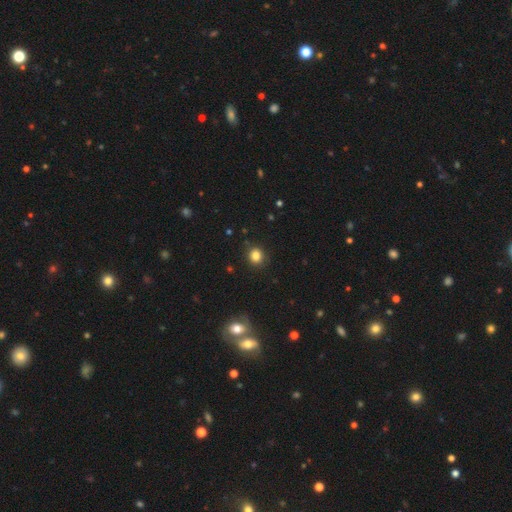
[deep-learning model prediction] smooth 83%, star or artifact 12%, featured or disk 5%. Down the decision tree: how rounded — round (82%); merging — none (88%).